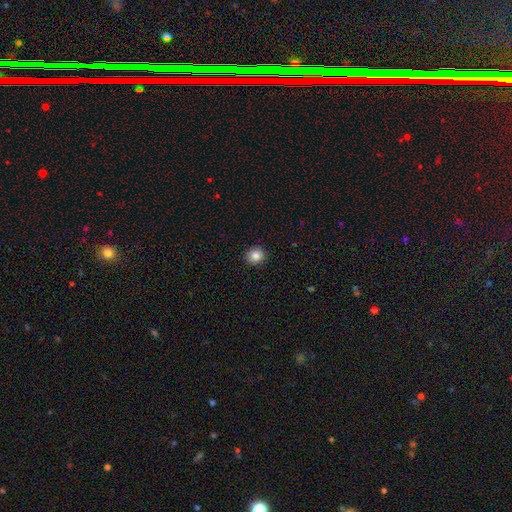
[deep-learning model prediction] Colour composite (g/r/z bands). It shows a smooth galaxy with no disk features (85%) that is round (86%). Merging: none (92%).